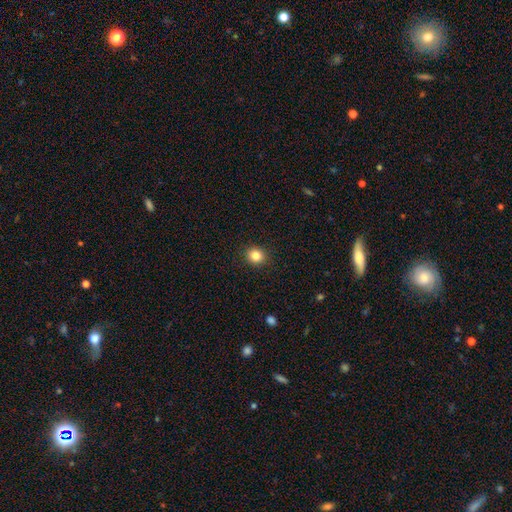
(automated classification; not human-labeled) smooth 84%, star or artifact 11%, featured or disk 5%. Down the decision tree: how rounded — round (79%); merging — none (91%).